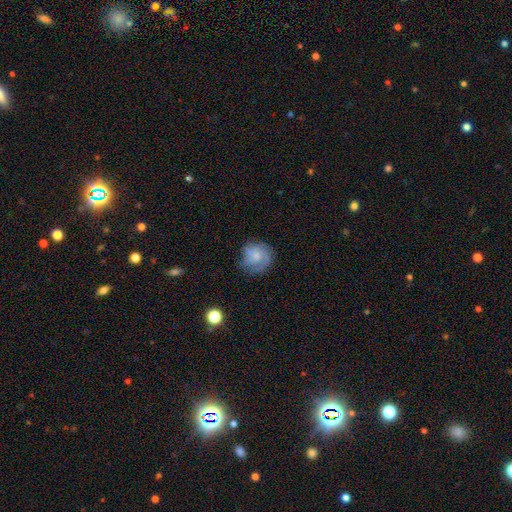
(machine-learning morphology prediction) Smooth or featured? Predicted: featured or disk (p=0.49). Merging? Predicted: none (p=0.68).